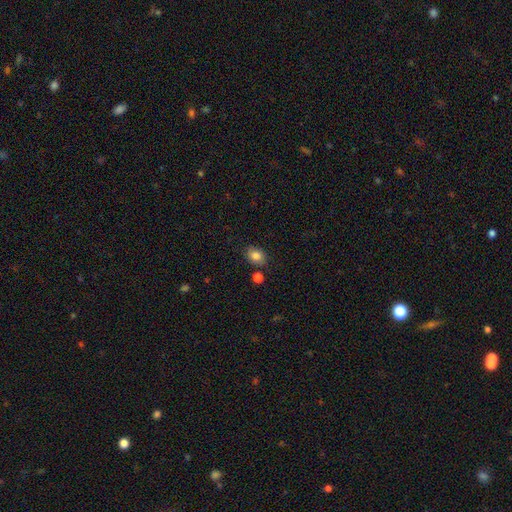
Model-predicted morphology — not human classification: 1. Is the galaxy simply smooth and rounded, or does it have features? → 81% smooth, 10% star or artifact, 9% featured or disk.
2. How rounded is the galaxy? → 60% in between, 39% round, 1% cigar-shaped.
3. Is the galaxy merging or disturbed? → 76% none, 15% minor disturbance, 5% merger, 4% major disturbance.